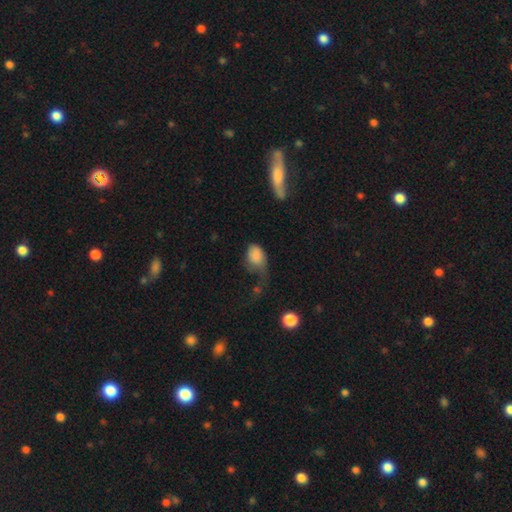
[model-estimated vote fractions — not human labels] Smooth or featured: smooth — 81% (featured or disk — 12%)
How rounded: in between — 75% (round — 24%)
Merging: major disturbance — 45% (minor disturbance — 26%)